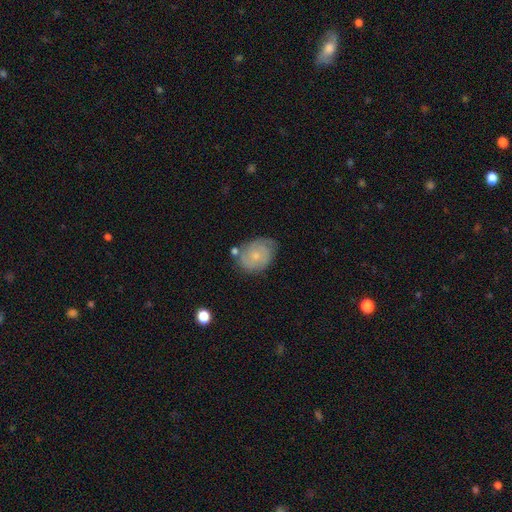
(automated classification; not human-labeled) Smooth or featured: featured or disk — 52% (smooth — 41%)
Edge-on disk: no — 96% (yes — 4%)
Merging: none — 63% (minor disturbance — 24%)